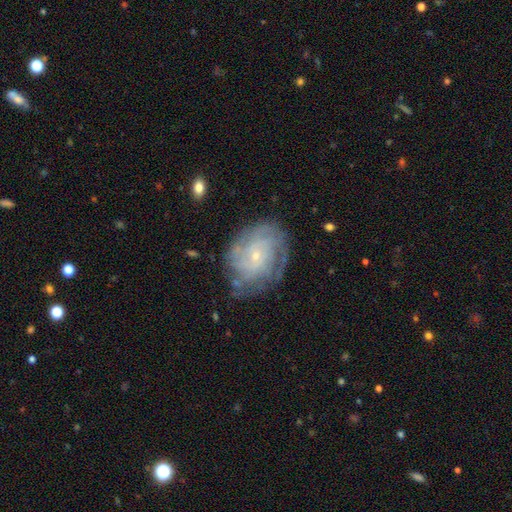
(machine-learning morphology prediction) featured or disk 79%, smooth 13%, star or artifact 7%. Down the decision tree: edge-on disk — no (97%); bar — no (77%); spiral arms — yes (92%); spiral arm count — can't tell (41%); spiral winding — tight (67%); bulge size — small (82%); merging — none (70%).